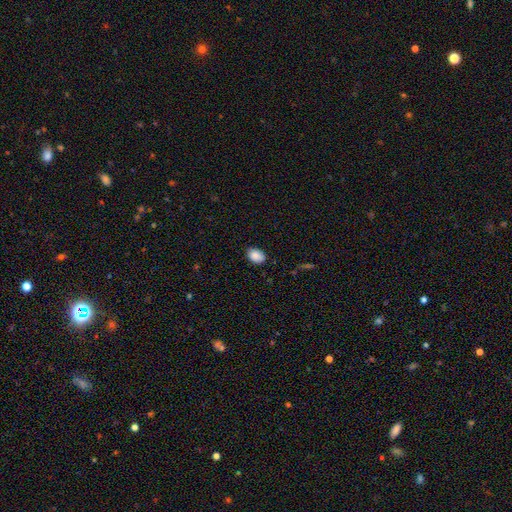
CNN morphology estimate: Smooth or featured?
  - smooth: 89% *
  - star or artifact: 8%
  - featured or disk: 3%
How rounded?
  - in between: 78% *
  - round: 21%
  - cigar-shaped: 1%
Merging?
  - none: 85% *
  - minor disturbance: 11%
  - major disturbance: 2%
  - merger: 1%